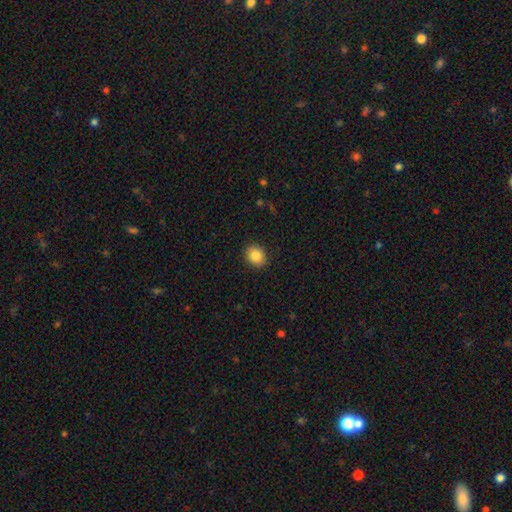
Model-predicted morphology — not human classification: A smooth galaxy with no disk features (86%) that is round (62%). Merging: none (91%).